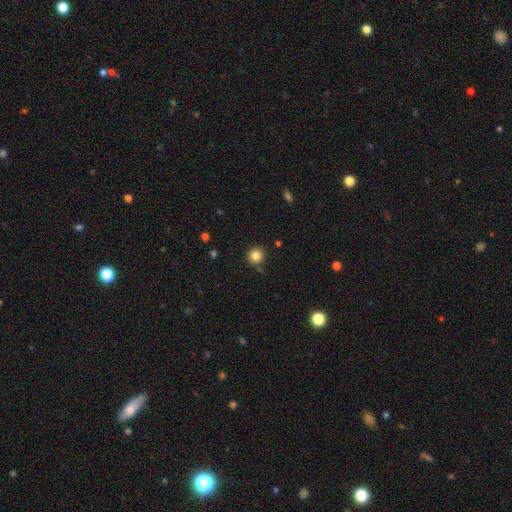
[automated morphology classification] Smooth or featured? Predicted: smooth (p=0.83). How rounded? Predicted: round (p=0.93). Merging? Predicted: none (p=0.85).